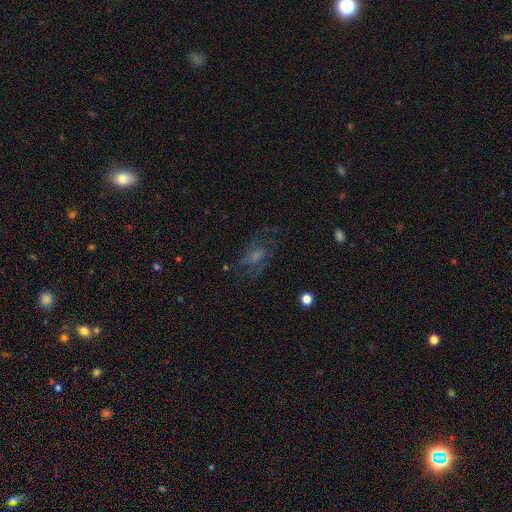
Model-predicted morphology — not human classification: A featured or disk galaxy (52%). Merging: none (55%).